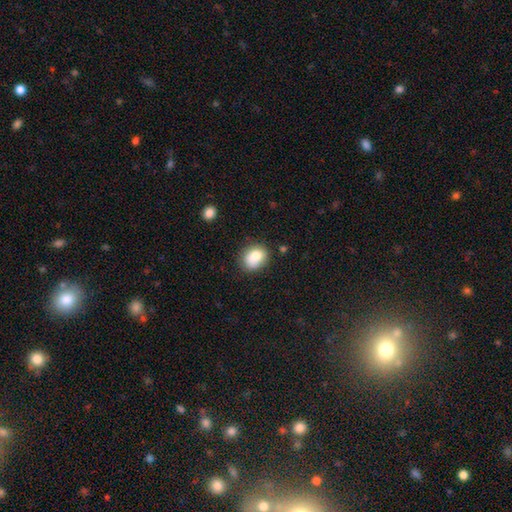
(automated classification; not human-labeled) The model was most divided on "how rounded": round: 56%, in between: 43%, cigar-shaped: 1%. More confident: smooth or featured — smooth (79%); merging — none (64%).